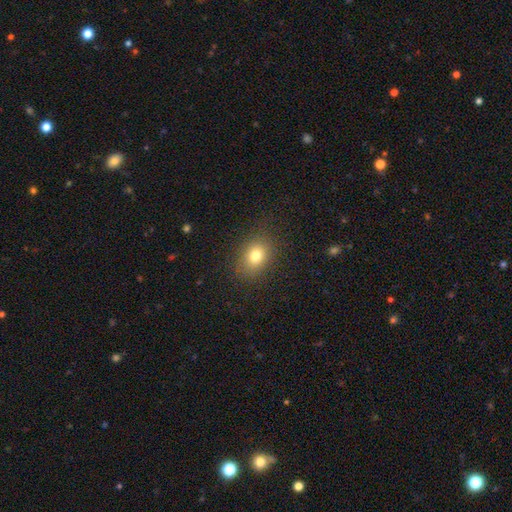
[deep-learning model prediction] This is likely a smooth galaxy (78%). How rounded: likely in between (62%). Merging: clearly none (84%).